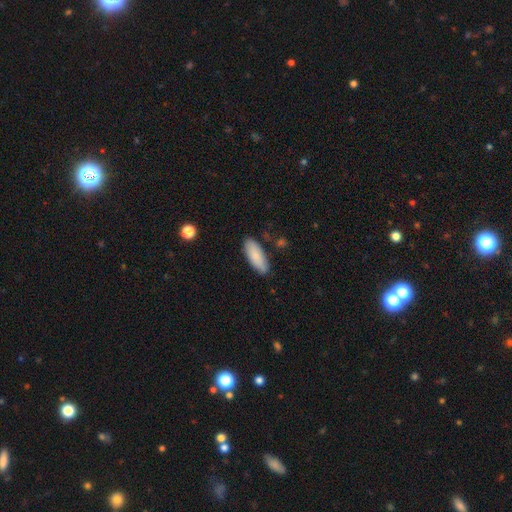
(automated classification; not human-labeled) Q: Smooth or featured?
A: smooth (84%); runner-up: featured or disk (10%)
Q: How rounded?
A: in between (70%); runner-up: cigar-shaped (28%)
Q: Merging?
A: none (83%); runner-up: minor disturbance (12%)